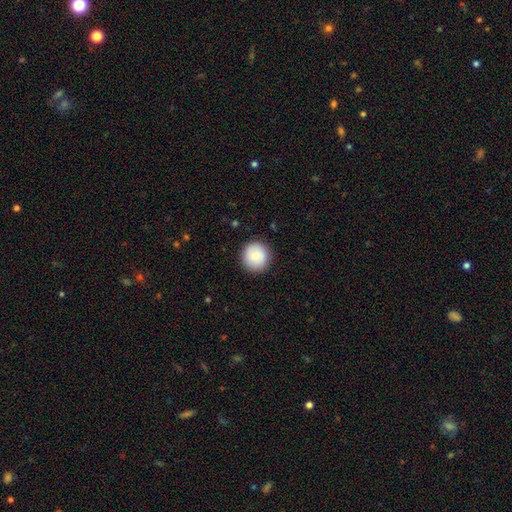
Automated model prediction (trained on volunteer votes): Smooth or featured? Predicted: smooth (p=0.78). How rounded? Predicted: round (p=0.93). Merging? Predicted: none (p=0.89).